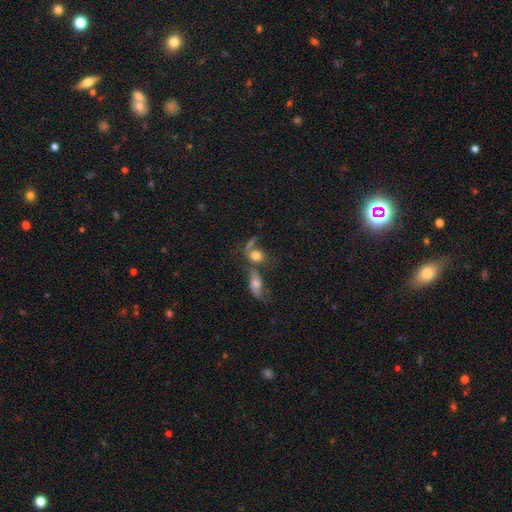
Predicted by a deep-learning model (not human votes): smooth-or-featured: smooth: 65% | featured or disk: 23% | star or artifact: 12%
  how-rounded: in between: 49% | round: 47% | cigar-shaped: 4%
  merging: merger: 53% | none: 24% | major disturbance: 13% | minor disturbance: 10%